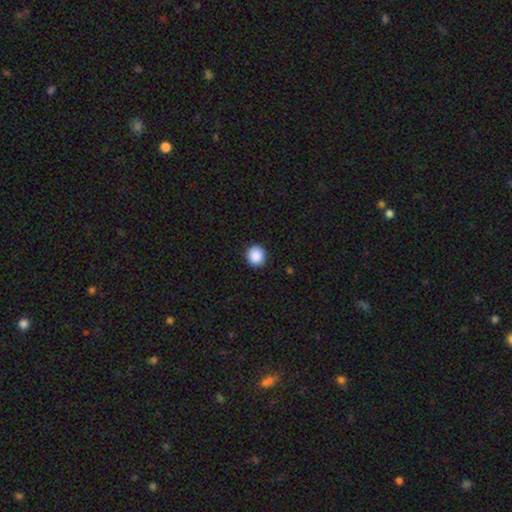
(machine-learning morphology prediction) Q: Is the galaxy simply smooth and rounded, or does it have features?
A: smooth — 89%.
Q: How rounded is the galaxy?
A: round — 92%.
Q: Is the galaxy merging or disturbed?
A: none — 92%.